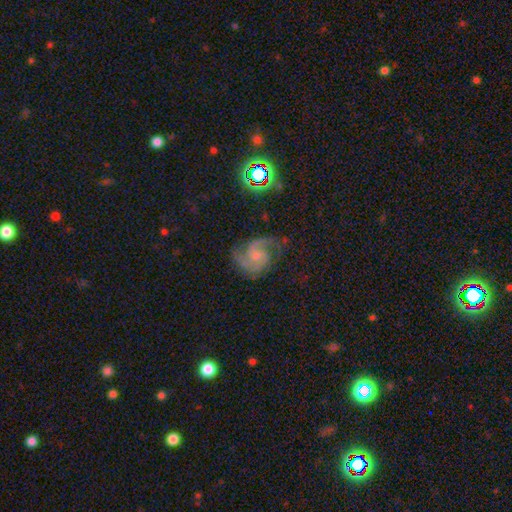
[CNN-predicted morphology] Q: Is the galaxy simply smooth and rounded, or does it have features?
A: featured or disk — 85%.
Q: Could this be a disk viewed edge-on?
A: no — 98%.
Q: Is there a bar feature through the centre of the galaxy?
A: no — 59%.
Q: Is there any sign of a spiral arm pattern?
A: yes — 97%.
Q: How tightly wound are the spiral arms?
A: medium — 53%.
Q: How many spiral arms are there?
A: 2 — 65%.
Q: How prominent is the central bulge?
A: small — 43%.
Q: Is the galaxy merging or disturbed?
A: none — 62%.